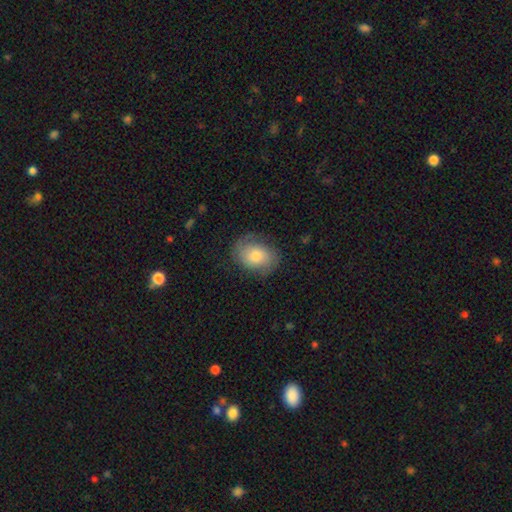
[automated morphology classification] Smooth or featured? Predicted: smooth (p=0.60). How rounded? Predicted: in between (p=0.62). Merging? Predicted: none (p=0.71).